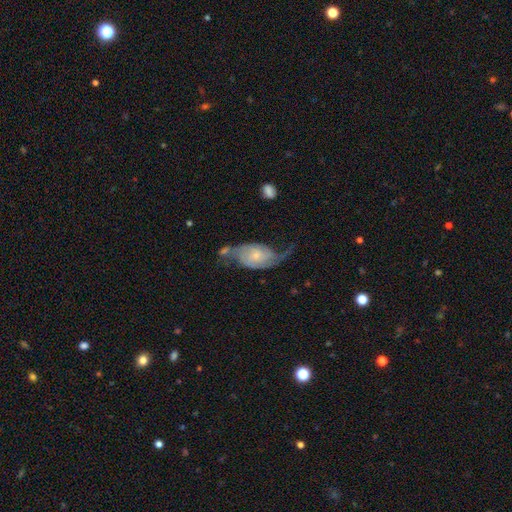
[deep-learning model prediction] Overall: featured or disk (81%). Edge-on disk: no (96%). Bar: no (64%; weak 30%). Spiral arms: yes (95%). Spiral arm count: 2 (86%). Spiral winding: loose (45%; medium 37%). Bulge size: small (64%; moderate 26%). Merging: none (45%; minor disturbance 24%).